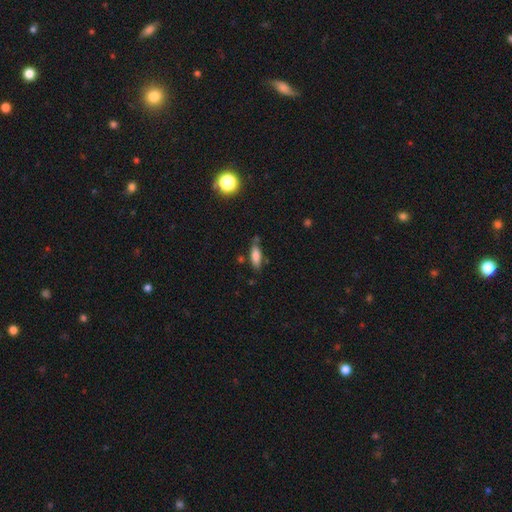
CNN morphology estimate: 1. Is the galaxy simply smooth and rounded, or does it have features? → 74% smooth, 17% featured or disk, 9% star or artifact.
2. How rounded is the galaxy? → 56% in between, 42% cigar-shaped, 3% round.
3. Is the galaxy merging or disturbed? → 69% none, 21% minor disturbance, 6% merger, 5% major disturbance.